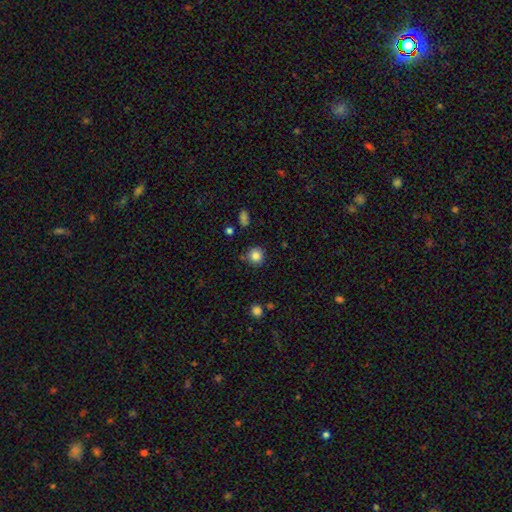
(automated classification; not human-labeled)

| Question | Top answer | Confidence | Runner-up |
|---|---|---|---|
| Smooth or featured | smooth | 84% | star or artifact (11%) |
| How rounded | round | 92% | in between (7%) |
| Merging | none | 83% | minor disturbance (10%) |